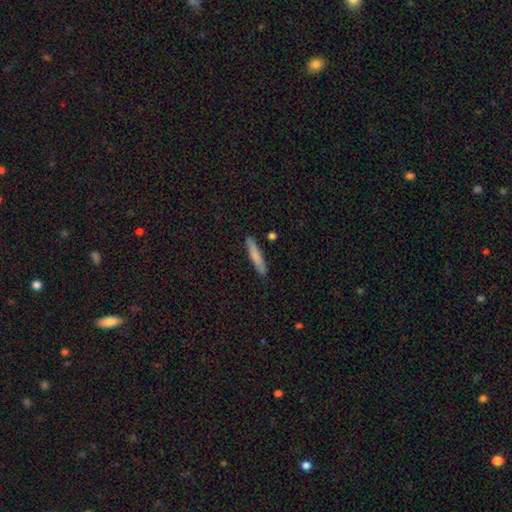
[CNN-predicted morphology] Smooth or featured? smooth (75%)
How rounded? cigar-shaped (93%)
Merging? none (88%)